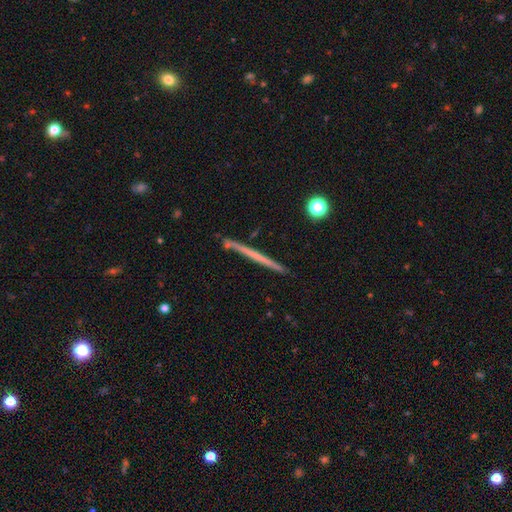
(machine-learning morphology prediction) This is possibly a featured or disk galaxy (55%). It is clearly viewed edge-on (97%). Edge-on bulge: clearly none (92%). Merging: clearly none (89%).